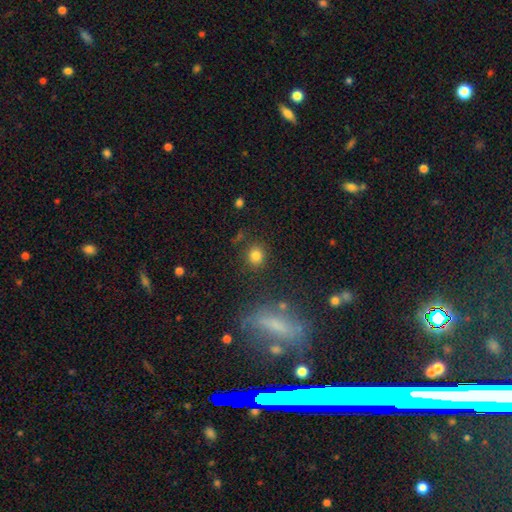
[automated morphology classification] Smooth or featured? Predicted: smooth (p=0.81). How rounded? Predicted: round (p=0.85). Merging? Predicted: none (p=0.85).